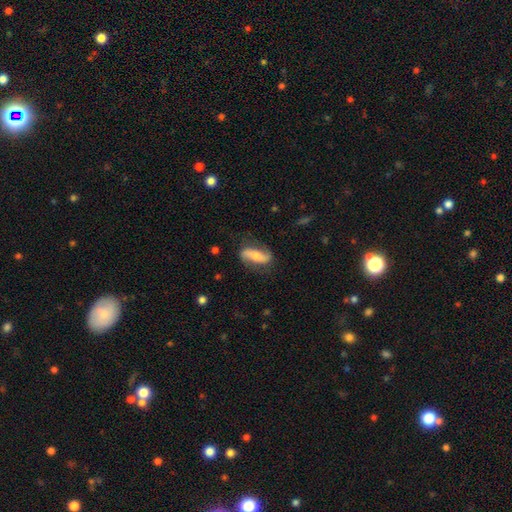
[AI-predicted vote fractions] Morphology: type=featured or disk (59%); edge-on=no (82%); merging=none (75%).